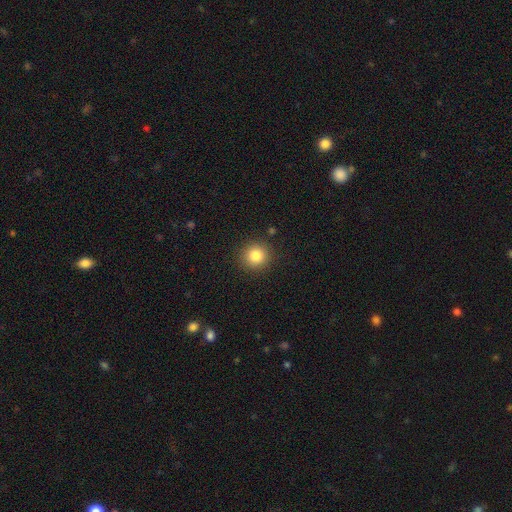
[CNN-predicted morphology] smooth 83%, star or artifact 11%, featured or disk 6%. Down the decision tree: how rounded — round (93%); merging — none (89%).